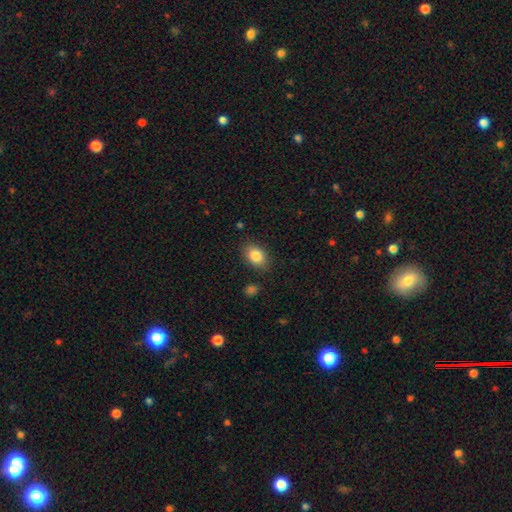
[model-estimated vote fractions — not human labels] Morphology: type=smooth (85%); roundness=in between (82%); merging=none (83%).